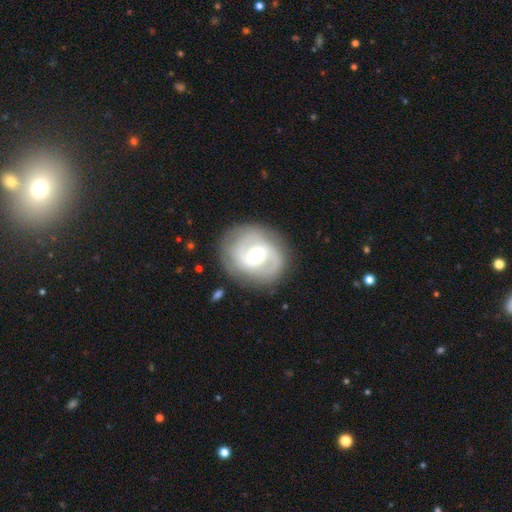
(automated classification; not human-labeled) smooth-or-featured: featured or disk: 80% | smooth: 15% | star or artifact: 5%
  disk-edge-on: no: 97% | yes: 3%
    bar: weak: 50% | no: 33% | strong: 17%
    has-spiral-arms: yes: 92% | no: 8%
      spiral-winding: medium: 43% | tight: 40% | loose: 17%
      spiral-arm-count: 2: 74% | can't tell: 11% | 3: 8% | 1: 3% | 4: 2% | more than 4: 2%
    bulge-size: moderate: 62% | small: 31% | large: 5% | dominant: 1% | none: 1%
  merging: none: 82% | minor disturbance: 12% | major disturbance: 5% | merger: 1%